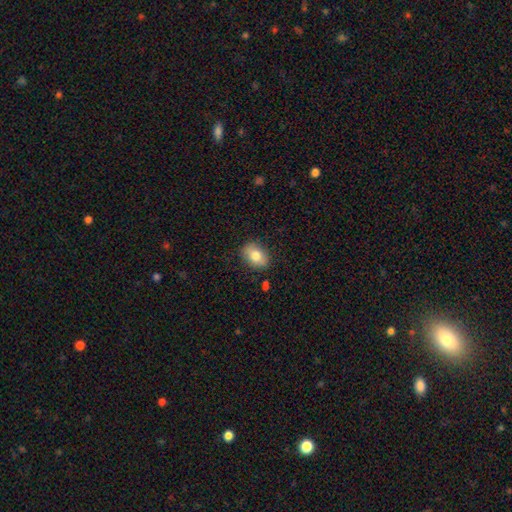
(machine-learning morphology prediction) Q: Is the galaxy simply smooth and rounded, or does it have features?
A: smooth — 80%.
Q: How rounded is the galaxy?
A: in between — 76%.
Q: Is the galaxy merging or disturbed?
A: none — 84%.